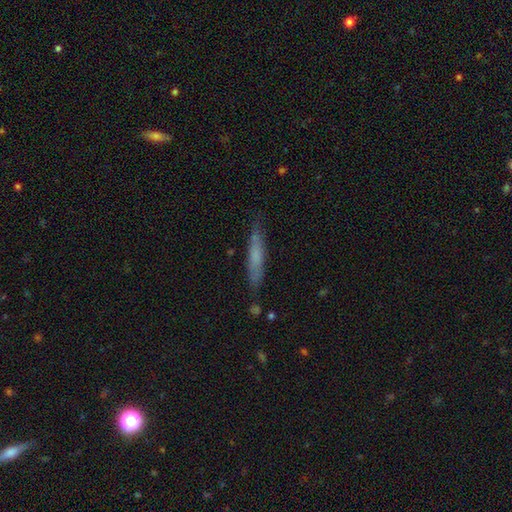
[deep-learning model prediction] Smooth or featured?
  - smooth: 57% *
  - featured or disk: 35%
  - star or artifact: 7%
How rounded?
  - cigar-shaped: 92% *
  - in between: 7%
  - round: 2%
Merging?
  - none: 81% *
  - minor disturbance: 14%
  - major disturbance: 3%
  - merger: 2%